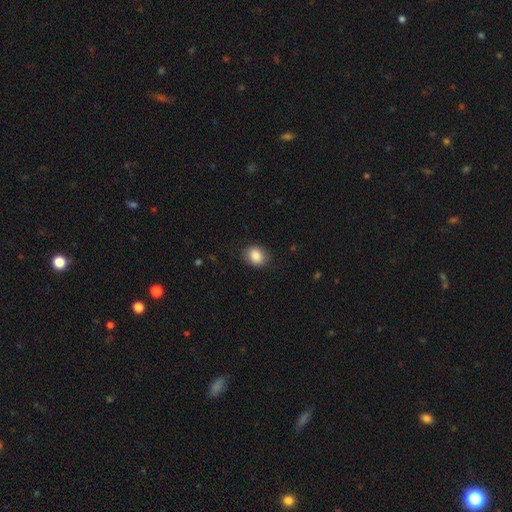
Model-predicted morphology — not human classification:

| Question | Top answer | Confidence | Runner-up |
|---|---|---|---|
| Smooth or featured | smooth | 87% | star or artifact (8%) |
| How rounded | round | 59% | in between (40%) |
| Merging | none | 85% | minor disturbance (11%) |